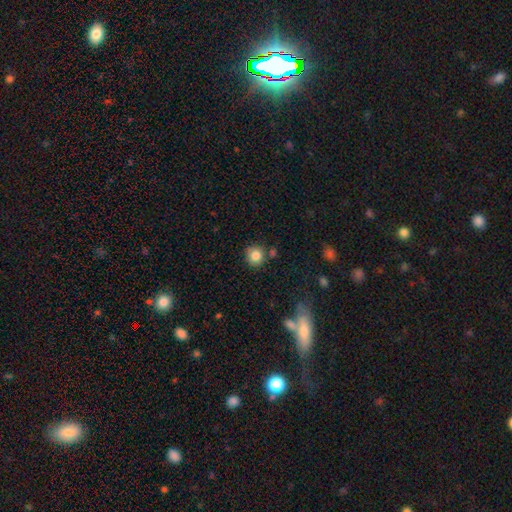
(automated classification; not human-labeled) A smooth galaxy with no disk features (83%) that is round (90%). Merging: none (80%).